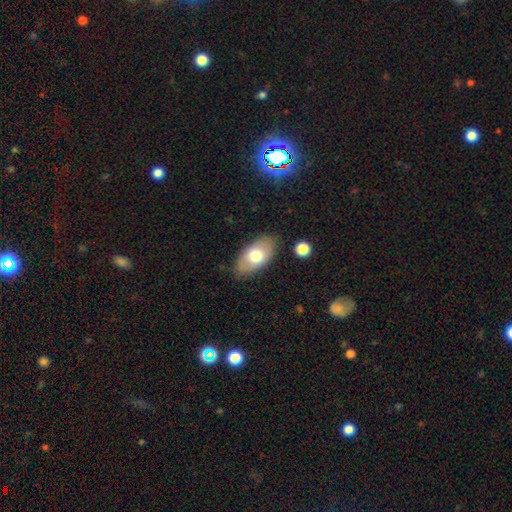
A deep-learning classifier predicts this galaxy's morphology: Smooth or featured: smooth — 67% (featured or disk — 26%)
How rounded: in between — 93% (round — 4%)
Merging: none — 83% (minor disturbance — 12%)